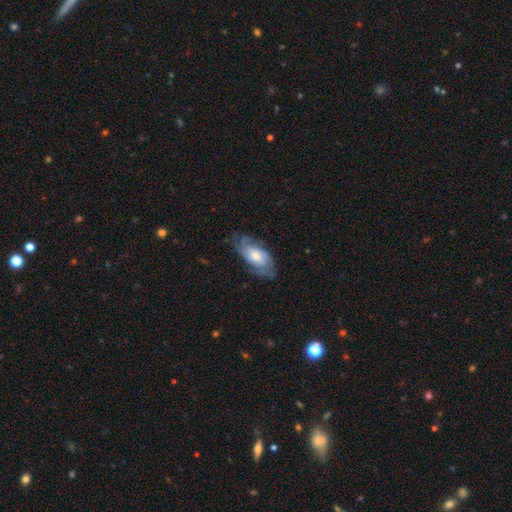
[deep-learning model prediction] smooth-or-featured: featured or disk: 65% | smooth: 29% | star or artifact: 6%
  disk-edge-on: no: 92% | yes: 8%
    bar: no: 68% | weak: 27% | strong: 5%
    has-spiral-arms: yes: 88% | no: 12%
      spiral-winding: tight: 49% | medium: 37% | loose: 14%
      spiral-arm-count: can't tell: 42% | 2: 28% | 3: 15% | 4: 7% | 1: 4% | more than 4: 3%
    bulge-size: moderate: 53% | small: 30% | large: 13% | none: 3% | dominant: 2%
  merging: none: 65% | minor disturbance: 23% | major disturbance: 10% | merger: 1%